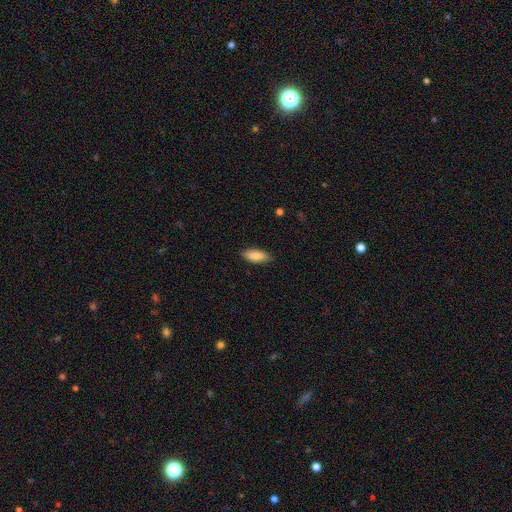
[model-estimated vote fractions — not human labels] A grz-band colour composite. It shows a smooth galaxy with no disk features (85%) that is in between round and cigar-shaped (77%). Merging: none (87%).